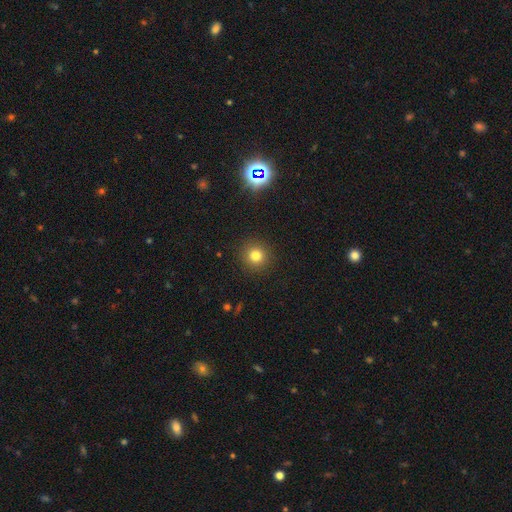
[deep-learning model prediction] A smooth galaxy with no disk features (79%) that is round (93%). Merging: none (91%).